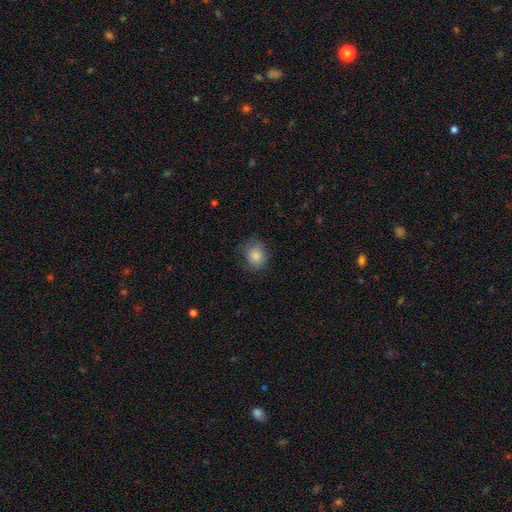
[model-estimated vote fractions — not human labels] Morphology: type=smooth (84%); roundness=round (65%); merging=none (71%).